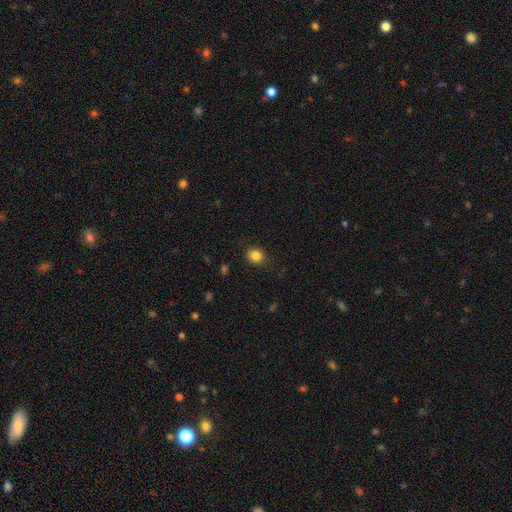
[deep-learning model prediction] Morphology: type=smooth (84%); roundness=round (73%); merging=none (89%).